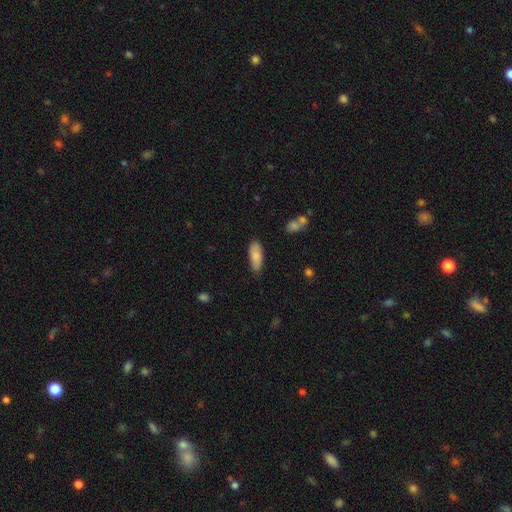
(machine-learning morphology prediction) Smooth or featured?
  - smooth: 84% *
  - featured or disk: 10%
  - star or artifact: 6%
How rounded?
  - in between: 74% *
  - cigar-shaped: 24%
  - round: 2%
Merging?
  - none: 81% *
  - minor disturbance: 15%
  - major disturbance: 3%
  - merger: 2%